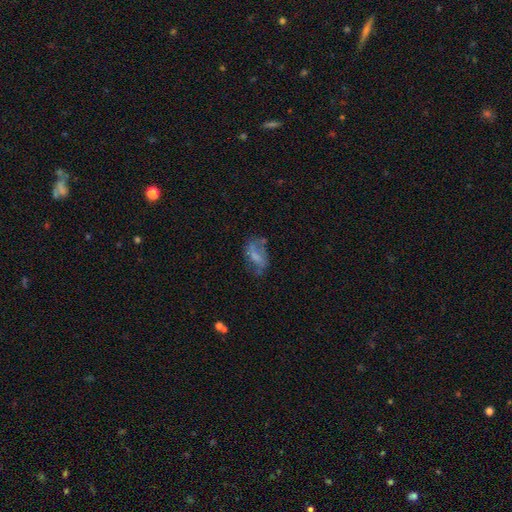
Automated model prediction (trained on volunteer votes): A featured or disk galaxy (46%).

Vote fractions:
- Smooth or featured? featured or disk: 46% / smooth: 43% / star or artifact: 11%
- Merging? none: 44% / minor disturbance: 25% / major disturbance: 24% / merger: 8%